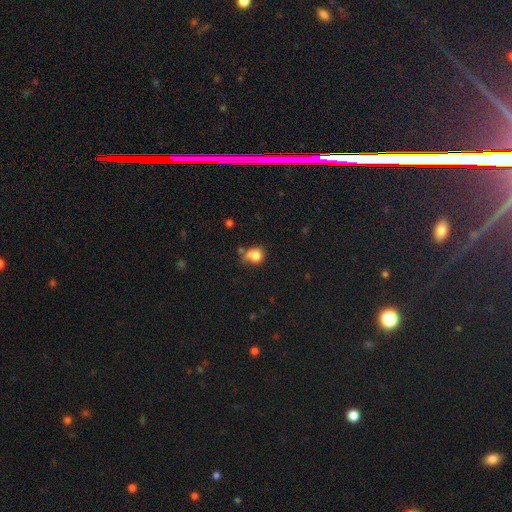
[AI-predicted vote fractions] Smooth or featured? smooth (80%)
How rounded? round (65%)
Merging? none (41%)